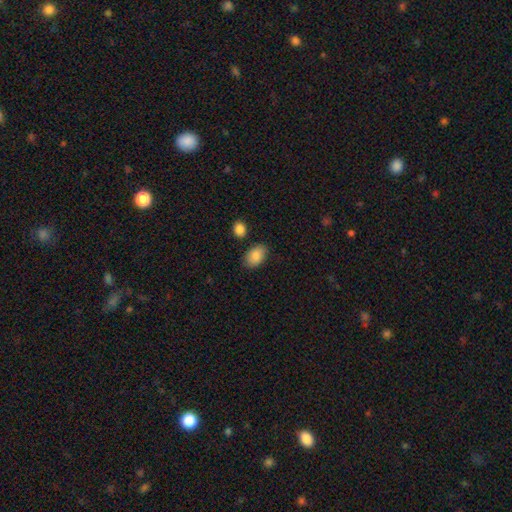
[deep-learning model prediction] Smooth or featured: smooth — 88% (star or artifact — 7%)
How rounded: in between — 89% (round — 10%)
Merging: none — 80% (minor disturbance — 13%)